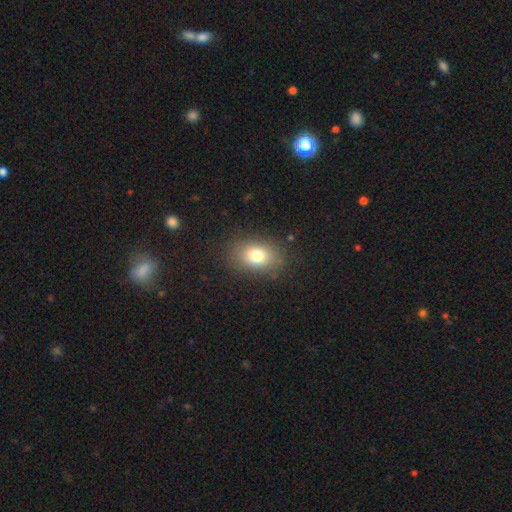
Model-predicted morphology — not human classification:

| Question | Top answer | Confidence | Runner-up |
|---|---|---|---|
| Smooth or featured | smooth | 78% | star or artifact (11%) |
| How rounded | in between | 73% | round (26%) |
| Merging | none | 83% | minor disturbance (11%) |